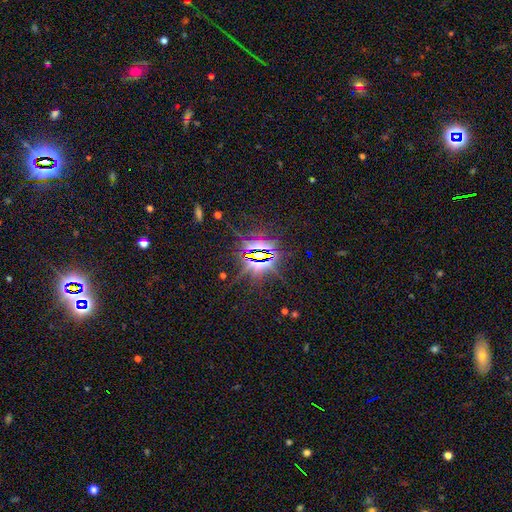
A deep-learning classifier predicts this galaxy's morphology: A star or artifact, not a galaxy (84%).

Vote fractions:
- Smooth or featured? star or artifact: 84% / featured or disk: 9% / smooth: 7%